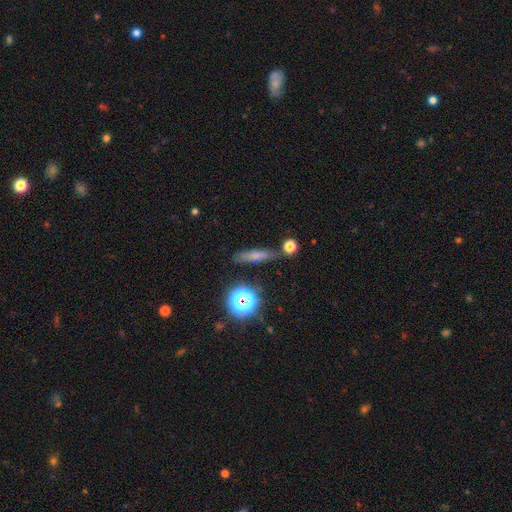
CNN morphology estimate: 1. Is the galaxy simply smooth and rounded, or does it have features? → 63% smooth, 20% featured or disk, 17% star or artifact.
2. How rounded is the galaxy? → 74% cigar-shaped, 16% in between, 10% round.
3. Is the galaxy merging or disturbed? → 78% none, 13% minor disturbance, 5% merger, 4% major disturbance.